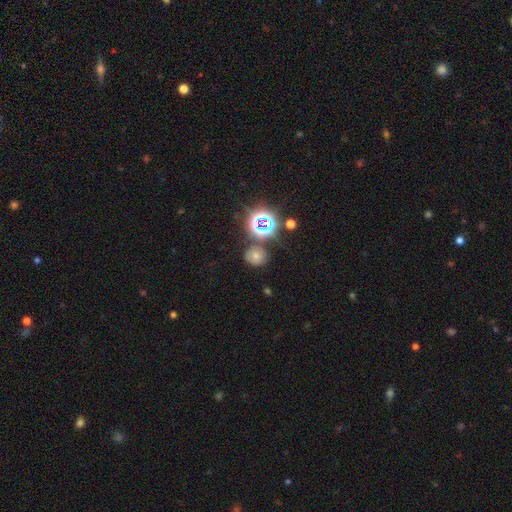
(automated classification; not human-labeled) Smooth or featured? Predicted: smooth (p=0.54). How rounded? Predicted: round (p=0.81). Merging? Predicted: none (p=0.77).